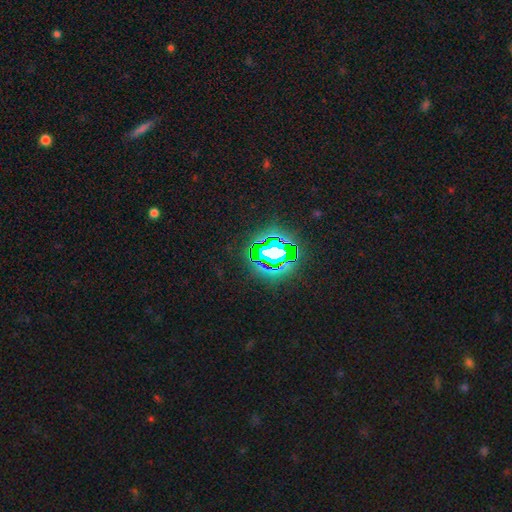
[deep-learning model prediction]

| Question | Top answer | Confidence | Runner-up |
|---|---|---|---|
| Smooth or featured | star or artifact | 74% | smooth (14%) |